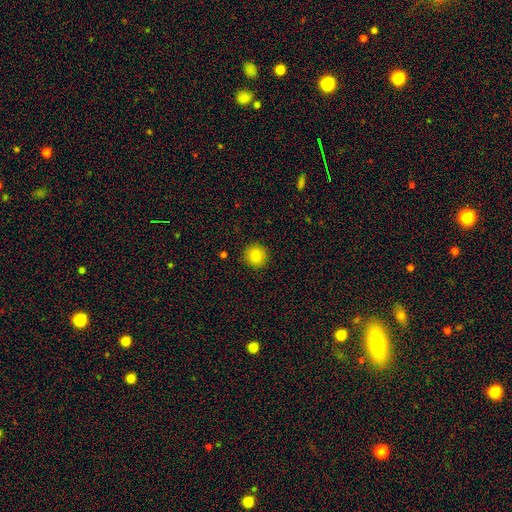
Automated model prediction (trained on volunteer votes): The model was most divided on "smooth or featured": smooth: 84%, star or artifact: 10%, featured or disk: 6%. More confident: how rounded — round (92%); merging — none (91%).